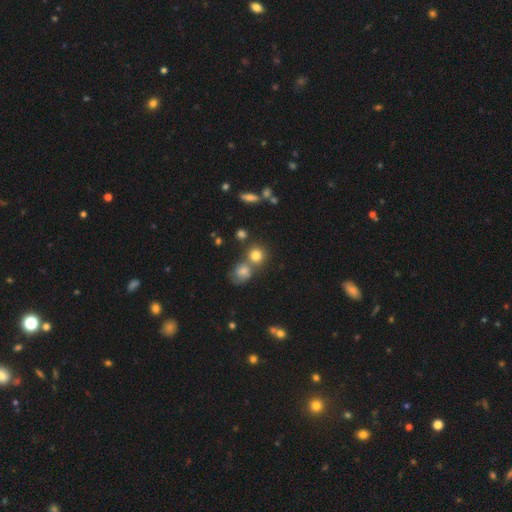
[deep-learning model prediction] Smooth or featured?
  - smooth: 78% *
  - star or artifact: 13%
  - featured or disk: 10%
How rounded?
  - round: 85% *
  - in between: 14%
  - cigar-shaped: 1%
Merging?
  - none: 53% *
  - merger: 33%
  - minor disturbance: 9%
  - major disturbance: 4%